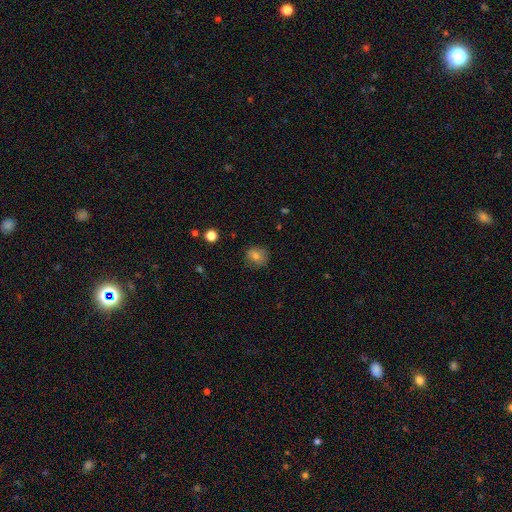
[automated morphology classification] Overall: smooth (74%). How rounded: round (76%). Merging: none (80%).